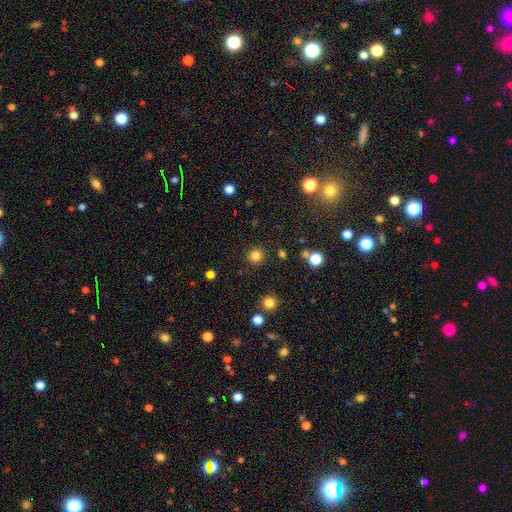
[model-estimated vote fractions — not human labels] Morphology: type=smooth (82%); roundness=round (93%); merging=none (90%).